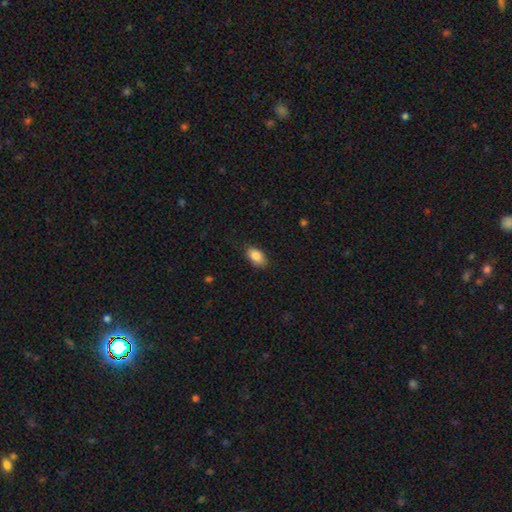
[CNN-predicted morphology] This is clearly a smooth galaxy (86%). How rounded: clearly in between (91%). Merging: clearly none (81%).